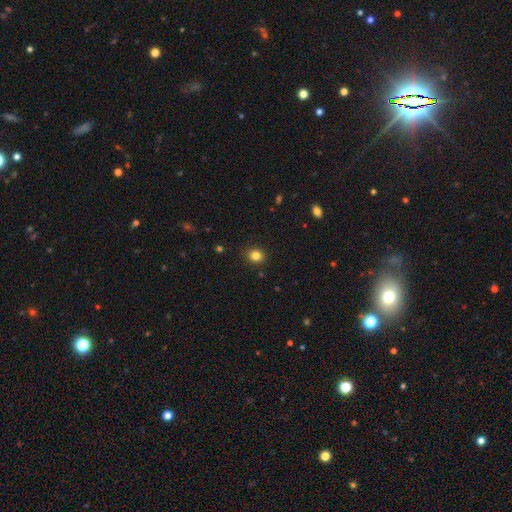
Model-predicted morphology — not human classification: This appears to be a smooth galaxy with no disk features (83%) that is round (61%). Merging: none (88%).